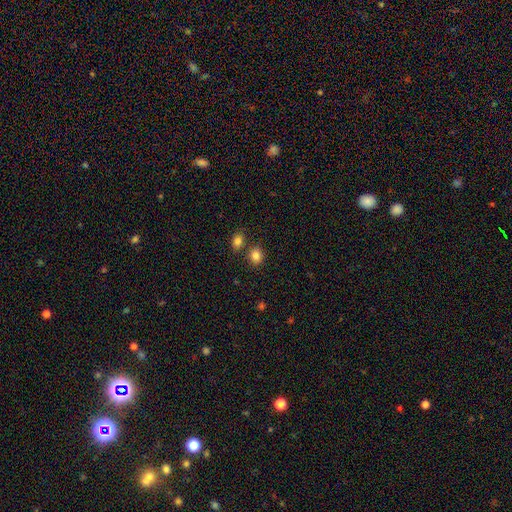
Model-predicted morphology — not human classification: Smooth or featured? Predicted: smooth (p=0.84). How rounded? Predicted: round (p=0.56). Merging? Predicted: none (p=0.72).